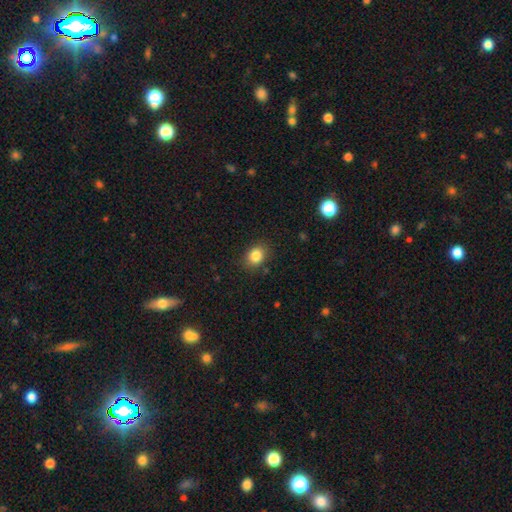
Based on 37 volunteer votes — Smooth or featured?
  - smooth: 86% *
  - featured or disk: 8%
  - star or artifact: 5%
How rounded?
  - round: 62% *
  - in between: 38%
  - cigar-shaped: 0%
Merging?
  - none: 66% *
  - minor disturbance: 23%
  - major disturbance: 9%
  - merger: 3%